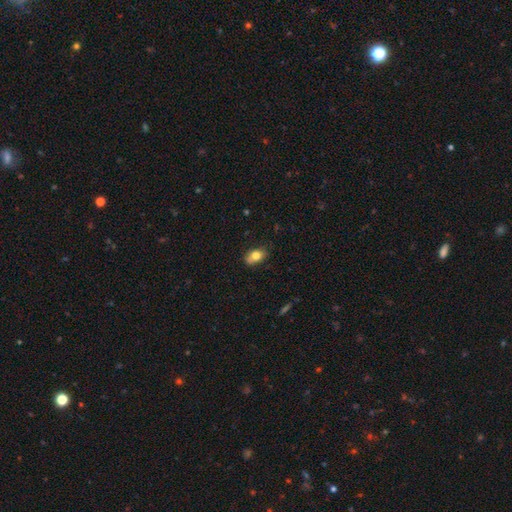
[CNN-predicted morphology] This appears to be a smooth galaxy with no disk features (77%) that is in between round and cigar-shaped (81%). Merging: none (64%).